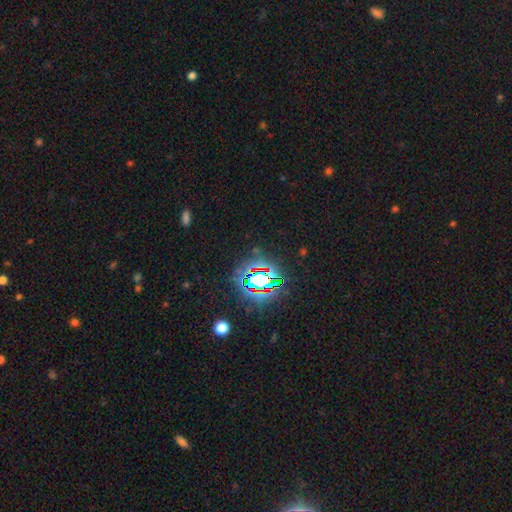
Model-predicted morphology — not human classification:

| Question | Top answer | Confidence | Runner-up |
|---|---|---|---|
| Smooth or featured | star or artifact | 80% | smooth (12%) |